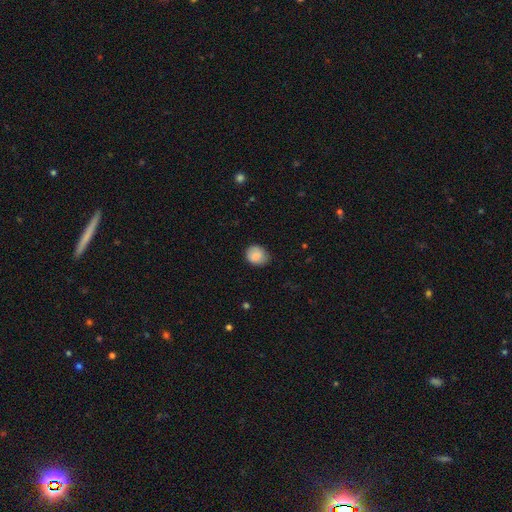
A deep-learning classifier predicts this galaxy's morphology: smooth 82%, featured or disk 10%, star or artifact 8%. Down the decision tree: how rounded — round (69%); merging — none (73%).